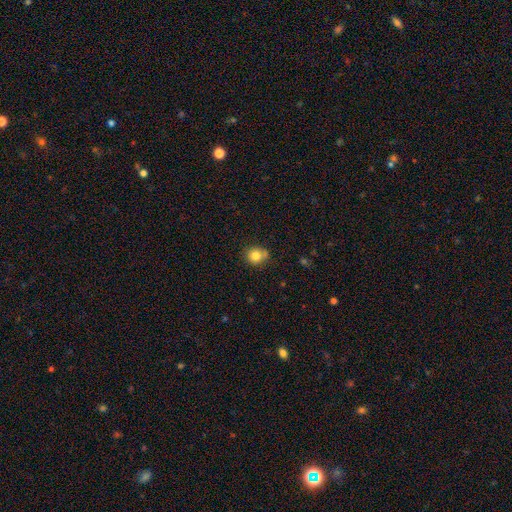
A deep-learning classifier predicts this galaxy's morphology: Smooth or featured? smooth (81%)
How rounded? round (77%)
Merging? none (68%)